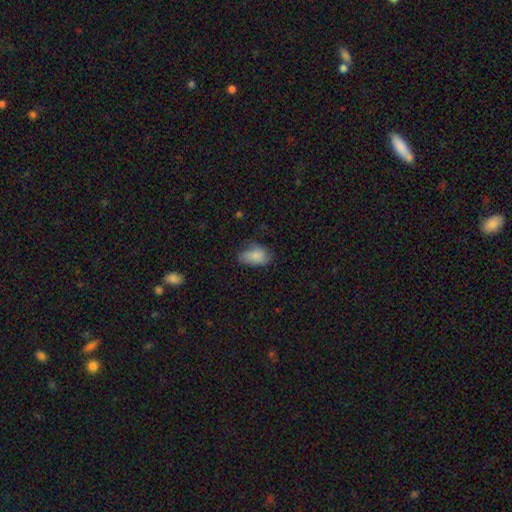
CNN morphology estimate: smooth_or_featured: smooth (p=0.82) [alt: featured or disk p=0.10]
how_rounded: in between (p=0.90) [alt: round p=0.08]
merging: none (p=0.54) [alt: minor disturbance p=0.33]